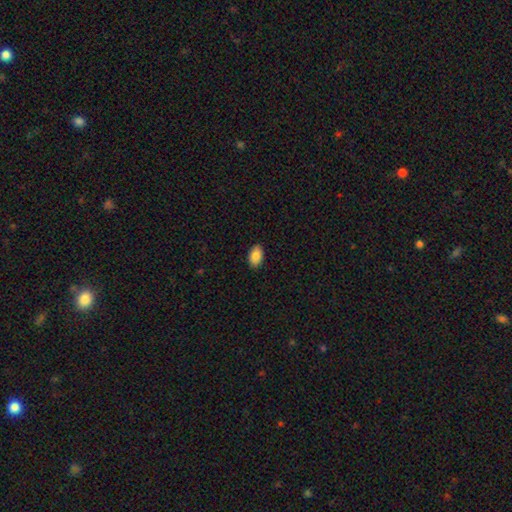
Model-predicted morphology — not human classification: Smooth or featured? smooth (87%)
How rounded? in between (91%)
Merging? none (89%)